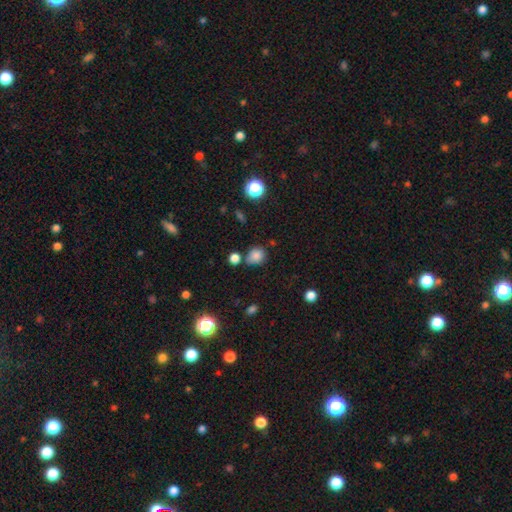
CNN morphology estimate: Smooth or featured? Predicted: smooth (p=0.81). How rounded? Predicted: round (p=0.77). Merging? Predicted: none (p=0.67).